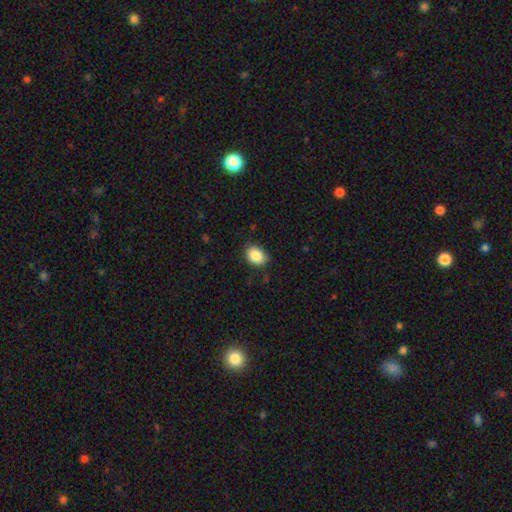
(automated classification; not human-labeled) A smooth galaxy with no disk features (86%) that is in between round and cigar-shaped (72%). Merging: none (79%).